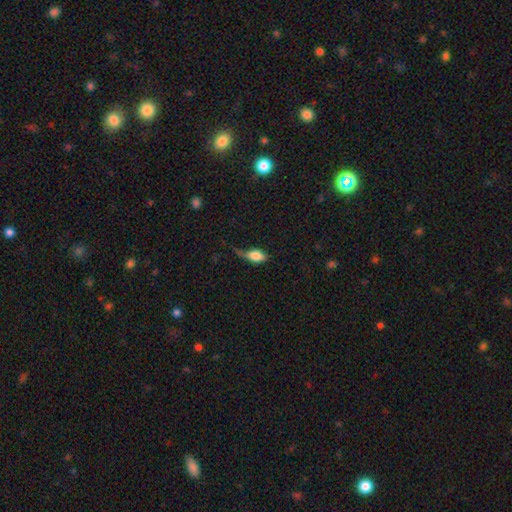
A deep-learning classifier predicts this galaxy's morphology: smooth-or-featured: smooth: 75% | featured or disk: 17% | star or artifact: 8%
  how-rounded: in between: 85% | cigar-shaped: 8% | round: 7%
  merging: minor disturbance: 36% | none: 32% | major disturbance: 28% | merger: 4%